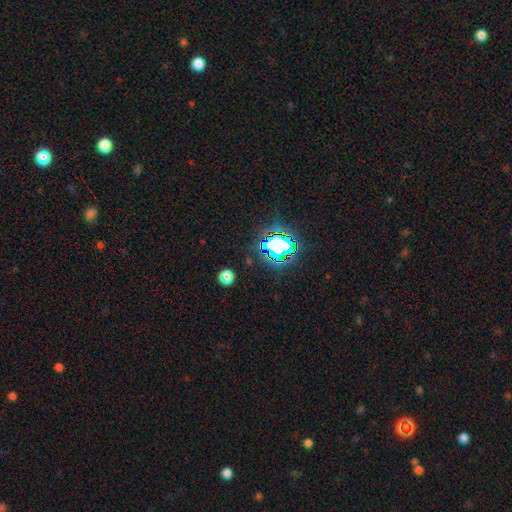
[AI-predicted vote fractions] The model was most divided on "smooth or featured": star or artifact: 80%, smooth: 12%, featured or disk: 7%.